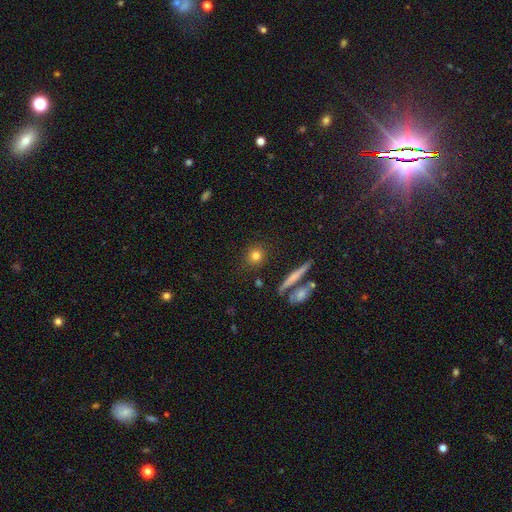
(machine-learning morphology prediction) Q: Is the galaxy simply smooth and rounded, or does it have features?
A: smooth — 78%.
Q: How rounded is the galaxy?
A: round — 85%.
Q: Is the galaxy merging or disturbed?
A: none — 85%.